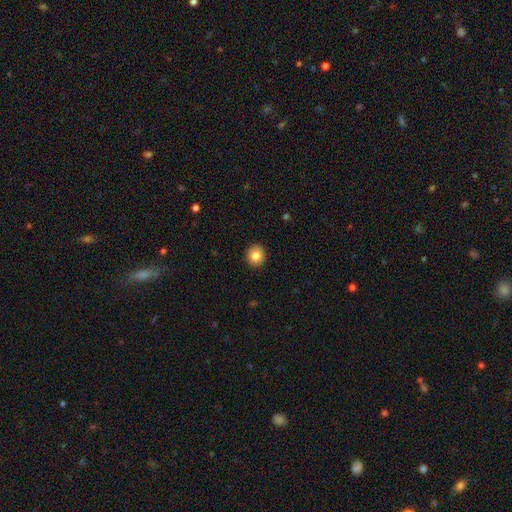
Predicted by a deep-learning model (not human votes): This appears to be a smooth galaxy with no disk features (84%) that is round (90%). Merging: none (92%).